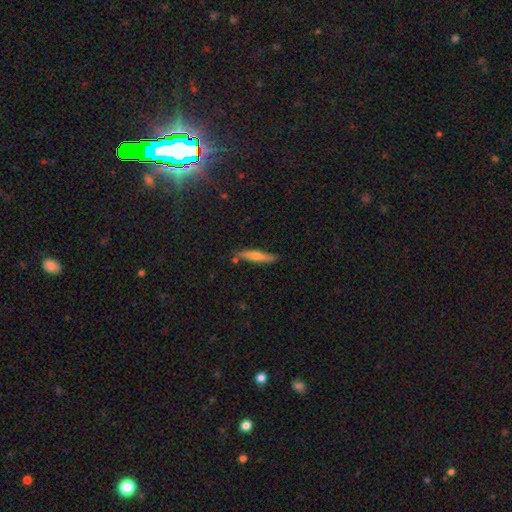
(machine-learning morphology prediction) Q: Smooth or featured?
A: smooth (52%); runner-up: featured or disk (40%)
Q: How rounded?
A: cigar-shaped (90%); runner-up: in between (8%)
Q: Merging?
A: none (82%); runner-up: minor disturbance (12%)